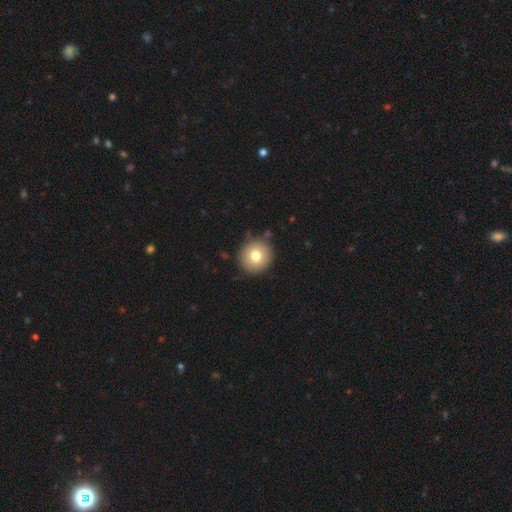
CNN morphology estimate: type=smooth (76%); roundness=round (93%); merging=none (87%).